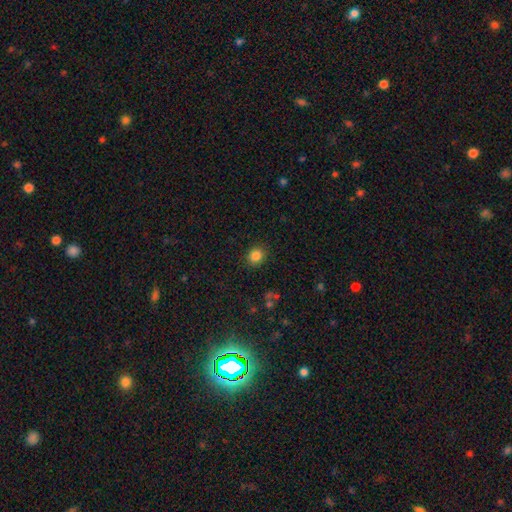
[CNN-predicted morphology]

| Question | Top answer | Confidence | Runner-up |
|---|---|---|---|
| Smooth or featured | smooth | 84% | star or artifact (11%) |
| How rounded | round | 80% | in between (19%) |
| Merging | none | 89% | minor disturbance (7%) |